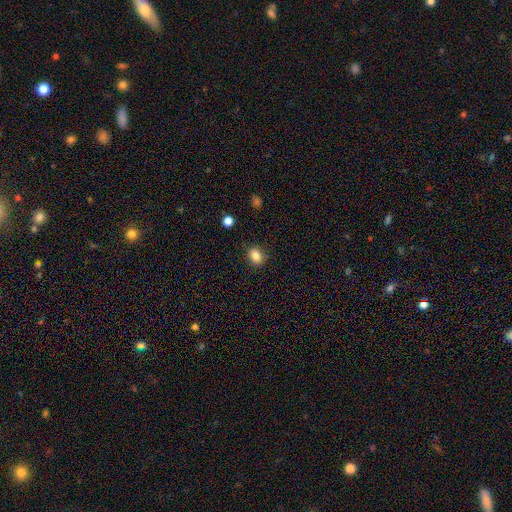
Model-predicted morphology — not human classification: This is clearly a smooth galaxy (84%). How rounded: possibly in between (55%). Merging: clearly none (85%).